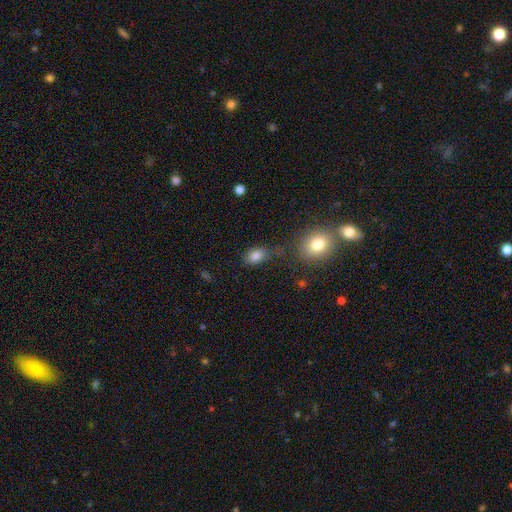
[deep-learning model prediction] smooth_or_featured: smooth (p=0.82) [alt: star or artifact p=0.11]
how_rounded: in between (p=0.80) [alt: round p=0.18]
merging: none (p=0.65) [alt: minor disturbance p=0.18]